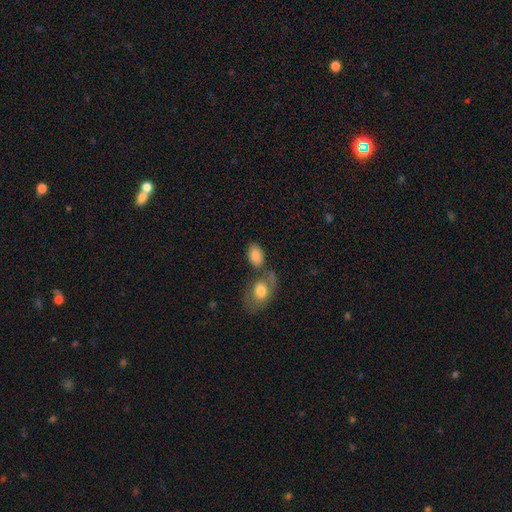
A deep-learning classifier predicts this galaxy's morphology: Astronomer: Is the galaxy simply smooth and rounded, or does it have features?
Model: smooth — 84%.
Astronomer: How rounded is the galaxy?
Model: in between — 89%.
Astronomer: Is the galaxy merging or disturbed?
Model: none — 55%.